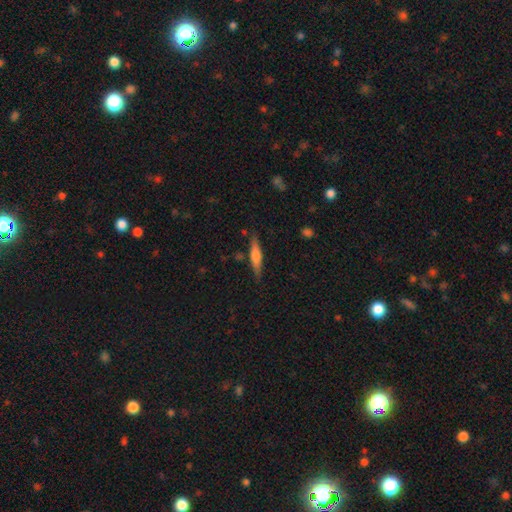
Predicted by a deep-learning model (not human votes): smooth-or-featured: smooth: 49% | featured or disk: 45% | star or artifact: 6%
  merging: none: 84% | minor disturbance: 11% | merger: 2% | major disturbance: 2%